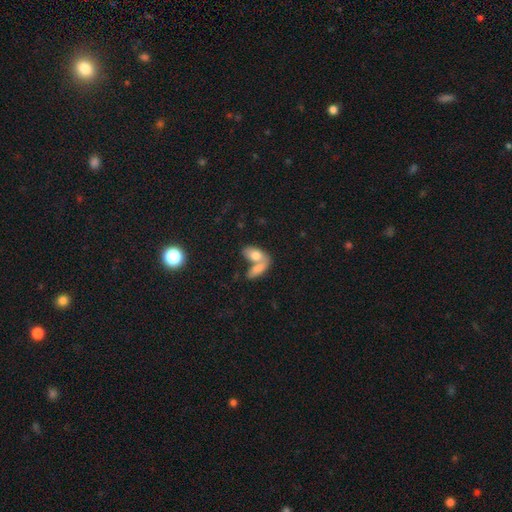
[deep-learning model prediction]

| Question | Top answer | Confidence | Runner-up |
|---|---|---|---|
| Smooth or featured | smooth | 76% | featured or disk (17%) |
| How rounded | in between | 90% | round (5%) |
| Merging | merger | 64% | none (25%) |